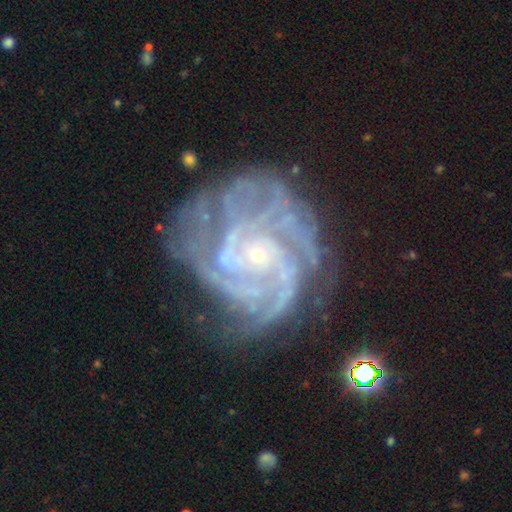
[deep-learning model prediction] A featured or disk galaxy (90%) with no bar (72%), 4 (28%) tight (63%) spiral arms (98%) and a small central bulge (87%).

Vote fractions:
- Smooth or featured? featured or disk: 90% / star or artifact: 7% / smooth: 4%
- Edge-on disk? no: 98% / yes: 2%
- Bar? no: 72% / weak: 21% / strong: 7%
- Spiral arms? yes: 98% / no: 2%
- Spiral winding? tight: 63% / medium: 31% / loose: 5%
- Spiral arm count? 4: 28% / 3: 19% / more than 4: 17% / can't tell: 17% / 2: 11% / 1: 8%
- Bulge size? small: 87% / moderate: 8% / none: 2% / large: 1% / dominant: 1%
- Merging? none: 62% / minor disturbance: 20% / major disturbance: 15% / merger: 3%